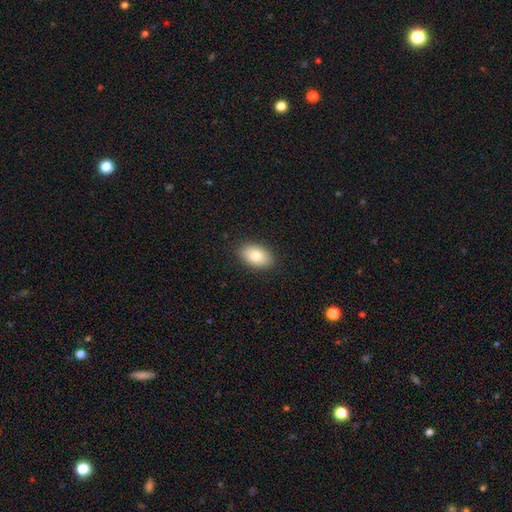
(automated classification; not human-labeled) This is clearly a smooth galaxy (80%). How rounded: clearly in between (91%). Merging: clearly none (88%).